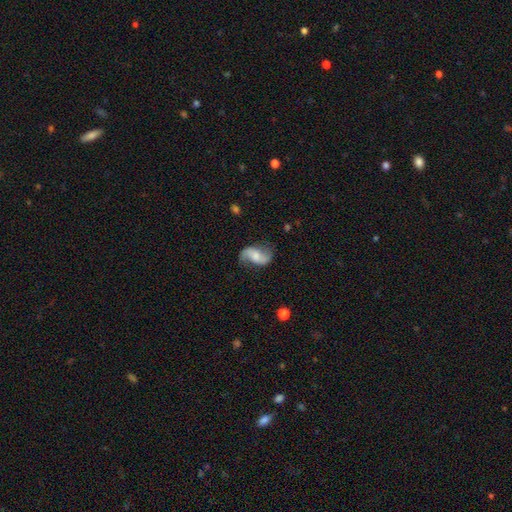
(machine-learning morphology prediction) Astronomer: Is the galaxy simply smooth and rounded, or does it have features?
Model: featured or disk — 78%.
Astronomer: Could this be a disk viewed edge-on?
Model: no — 97%.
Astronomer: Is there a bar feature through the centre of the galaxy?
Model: no — 43% (runner-up: weak, 41%).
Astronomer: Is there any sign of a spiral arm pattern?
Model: yes — 95%.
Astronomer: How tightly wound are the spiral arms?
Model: loose — 73%.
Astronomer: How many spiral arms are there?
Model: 2 — 92%.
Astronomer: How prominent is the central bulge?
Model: moderate — 38% (runner-up: small, 28%).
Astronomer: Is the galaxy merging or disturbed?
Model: none — 74%.